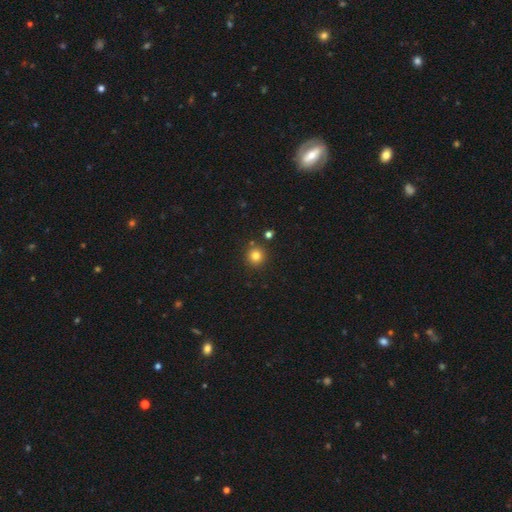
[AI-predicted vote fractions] smooth-or-featured: smooth: 81% | star or artifact: 13% | featured or disk: 6%
  how-rounded: round: 94% | in between: 5% | cigar-shaped: 1%
  merging: none: 87% | minor disturbance: 6% | merger: 5% | major disturbance: 2%